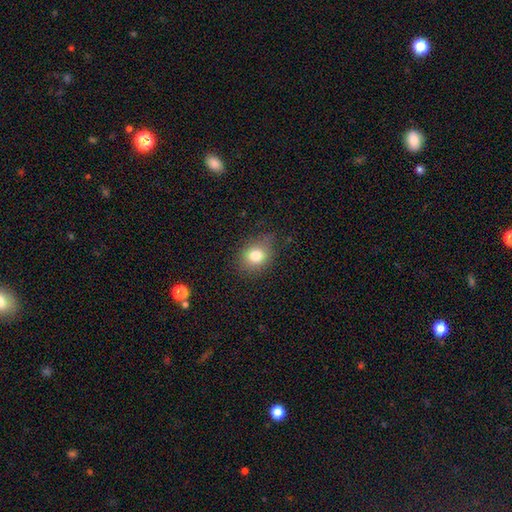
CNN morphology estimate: Q: Smooth or featured?
A: smooth (79%); runner-up: star or artifact (12%)
Q: How rounded?
A: round (55%); runner-up: in between (44%)
Q: Merging?
A: none (78%); runner-up: minor disturbance (16%)